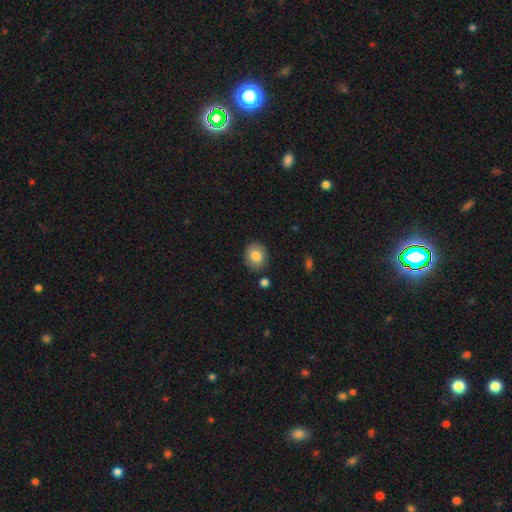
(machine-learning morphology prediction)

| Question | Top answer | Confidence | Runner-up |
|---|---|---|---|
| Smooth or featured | smooth | 82% | featured or disk (10%) |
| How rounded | round | 61% | in between (38%) |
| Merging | none | 83% | minor disturbance (12%) |